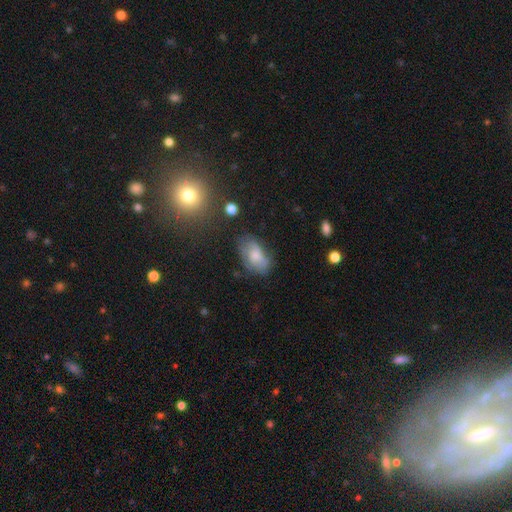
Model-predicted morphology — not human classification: This is likely a smooth galaxy (63%). How rounded: clearly in between (92%). Merging: possibly none (52%).